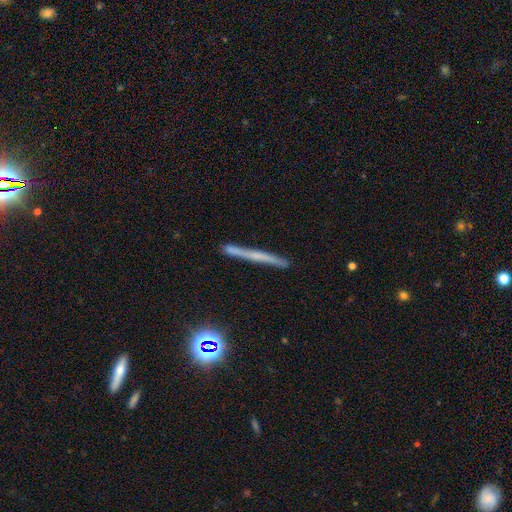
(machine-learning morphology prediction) This is possibly a featured or disk galaxy (55%). It is clearly viewed edge-on (96%). Edge-on bulge: likely none (70%). Merging: clearly none (87%).